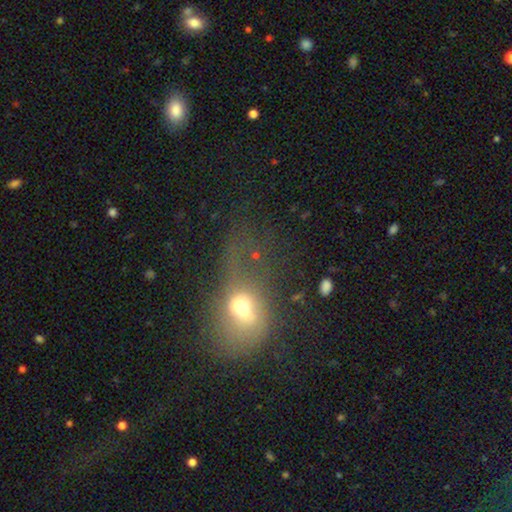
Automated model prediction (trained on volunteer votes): smooth-or-featured: smooth: 54% | featured or disk: 27% | star or artifact: 19%
  how-rounded: in between: 49% | round: 47% | cigar-shaped: 4%
  merging: major disturbance: 48% | none: 25% | minor disturbance: 17% | merger: 11%